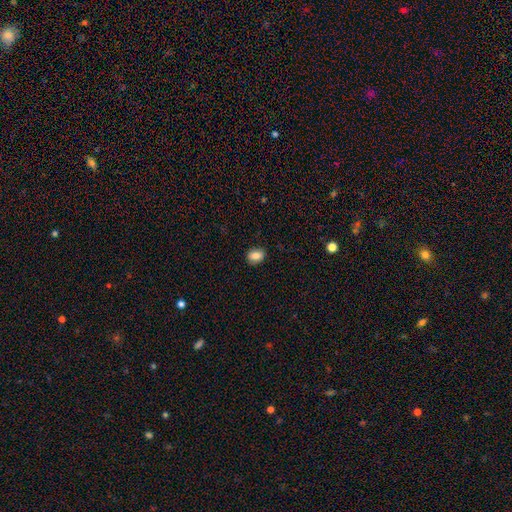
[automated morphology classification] Smooth or featured: smooth — 83% (star or artifact — 8%)
How rounded: in between — 67% (round — 31%)
Merging: none — 87% (minor disturbance — 10%)